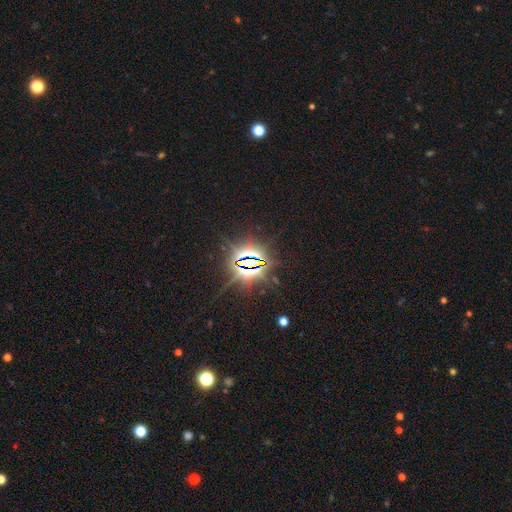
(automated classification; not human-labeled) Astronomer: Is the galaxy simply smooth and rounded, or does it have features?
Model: star or artifact — 85%.